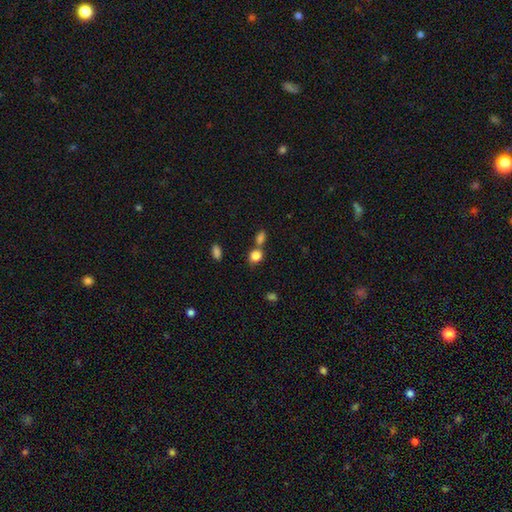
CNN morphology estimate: Smooth or featured? Predicted: smooth (p=0.83). How rounded? Predicted: round (p=0.68). Merging? Predicted: none (p=0.51).